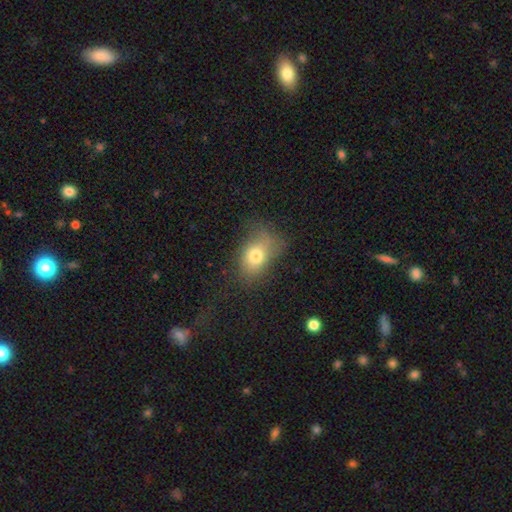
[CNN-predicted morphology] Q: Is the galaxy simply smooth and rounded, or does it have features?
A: smooth — 71%.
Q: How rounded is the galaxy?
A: in between — 76%.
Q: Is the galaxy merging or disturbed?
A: none — 50%.